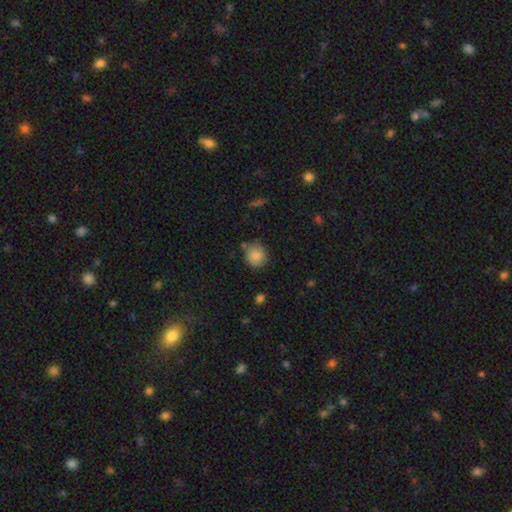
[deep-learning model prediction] Smooth or featured?
  - smooth: 85% *
  - star or artifact: 8%
  - featured or disk: 7%
How rounded?
  - round: 83% *
  - in between: 16%
  - cigar-shaped: 1%
Merging?
  - none: 76% *
  - minor disturbance: 16%
  - merger: 5%
  - major disturbance: 4%